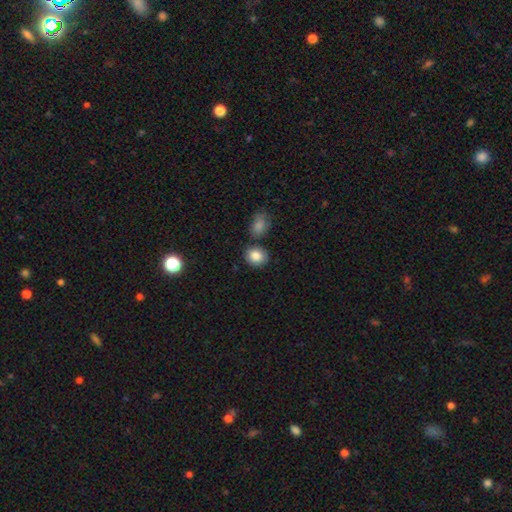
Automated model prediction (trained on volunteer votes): The model was most divided on "how rounded": round: 66%, in between: 33%, cigar-shaped: 1%. More confident: smooth or featured — smooth (85%); merging — none (75%).